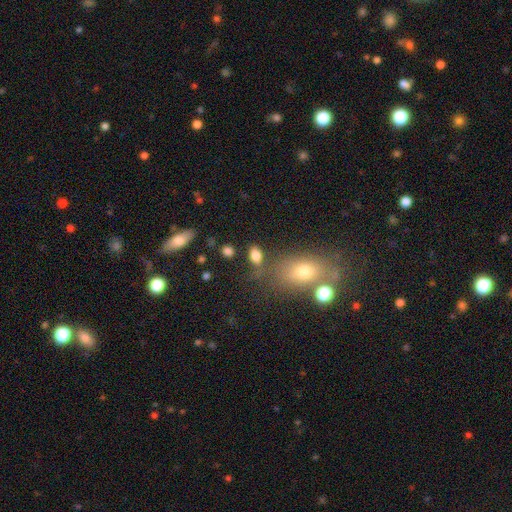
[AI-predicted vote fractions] Smooth or featured: smooth — 82% (star or artifact — 11%)
How rounded: in between — 86% (round — 11%)
Merging: none — 68% (minor disturbance — 14%)